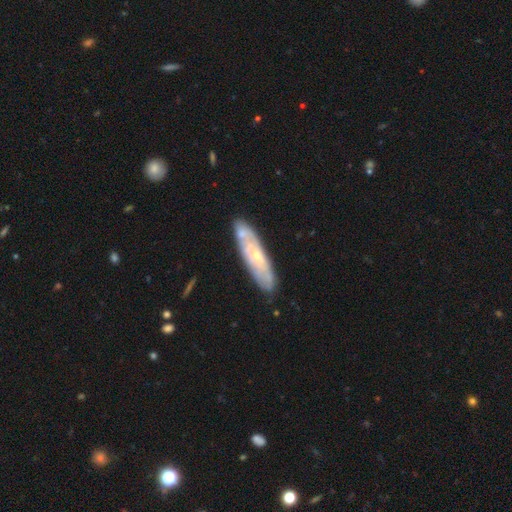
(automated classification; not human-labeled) Smooth or featured?
  - featured or disk: 64% *
  - smooth: 30%
  - star or artifact: 6%
Edge-on disk?
  - no: 67% *
  - yes: 33%
Merging?
  - none: 76% *
  - minor disturbance: 14%
  - merger: 7%
  - major disturbance: 3%